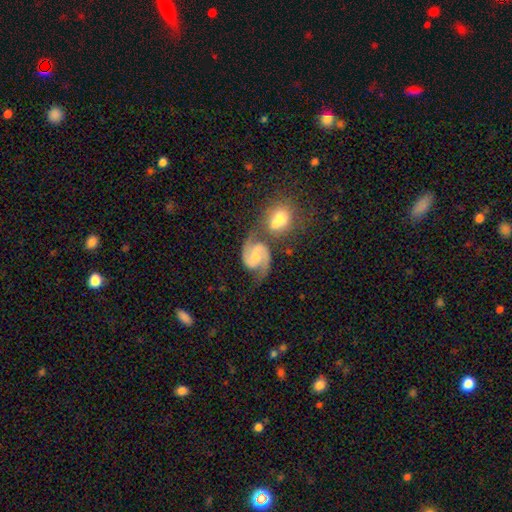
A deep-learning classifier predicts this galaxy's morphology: A featured or disk galaxy (90%) with a weak bar (46%), 2 (94%) medium (63%) spiral arms (98%) and a moderate central bulge (47%). Merging: none (51%).